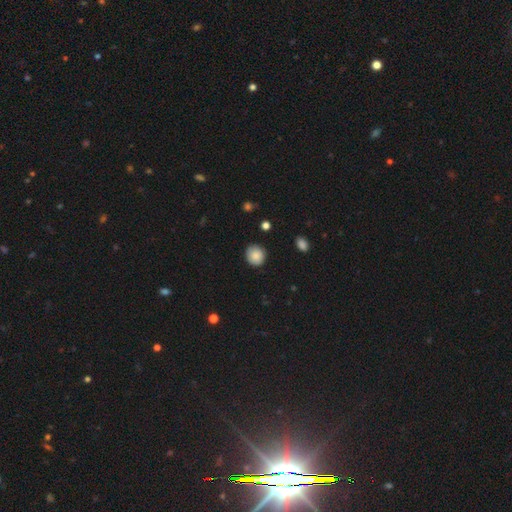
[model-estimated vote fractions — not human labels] Smooth or featured? smooth (87%)
How rounded? round (84%)
Merging? none (84%)